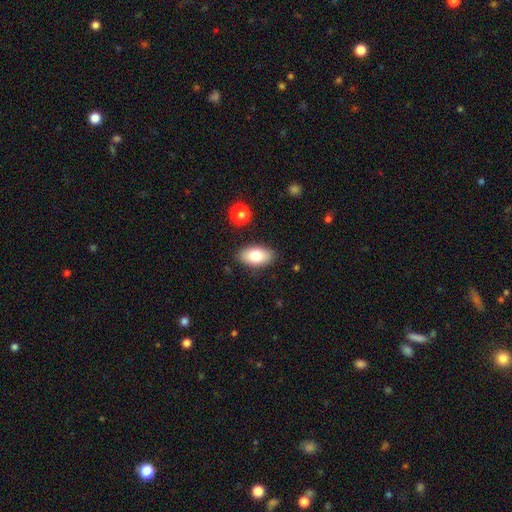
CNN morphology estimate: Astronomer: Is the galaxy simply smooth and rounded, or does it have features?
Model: smooth — 78%.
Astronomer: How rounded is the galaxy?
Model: in between — 92%.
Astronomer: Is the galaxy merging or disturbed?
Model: none — 85%.